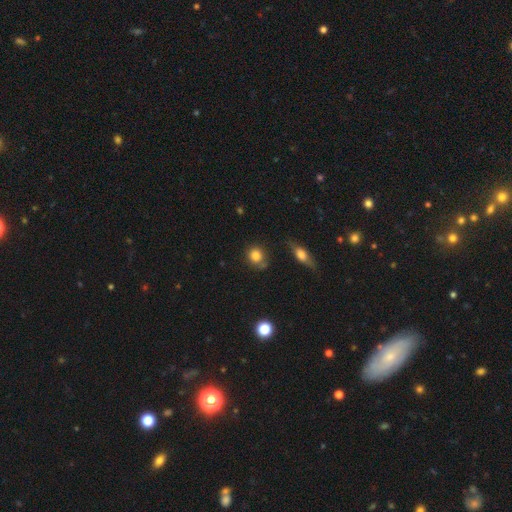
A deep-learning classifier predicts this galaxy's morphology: Smooth or featured?
  - smooth: 83% *
  - star or artifact: 10%
  - featured or disk: 7%
How rounded?
  - round: 80% *
  - in between: 18%
  - cigar-shaped: 2%
Merging?
  - none: 67% *
  - minor disturbance: 20%
  - merger: 7%
  - major disturbance: 6%